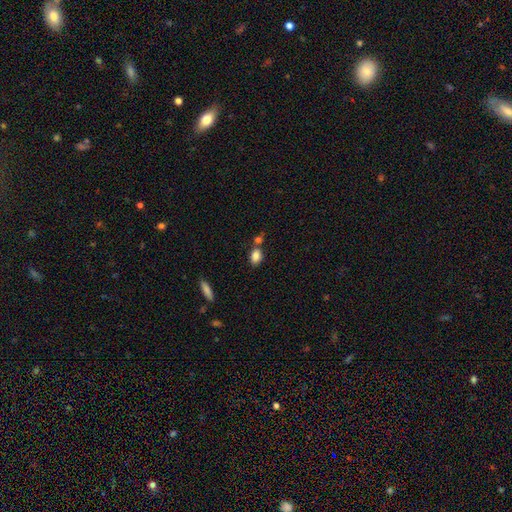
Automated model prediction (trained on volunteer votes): Q: Smooth or featured?
A: smooth (83%); runner-up: star or artifact (9%)
Q: How rounded?
A: in between (80%); runner-up: round (17%)
Q: Merging?
A: none (59%); runner-up: merger (24%)